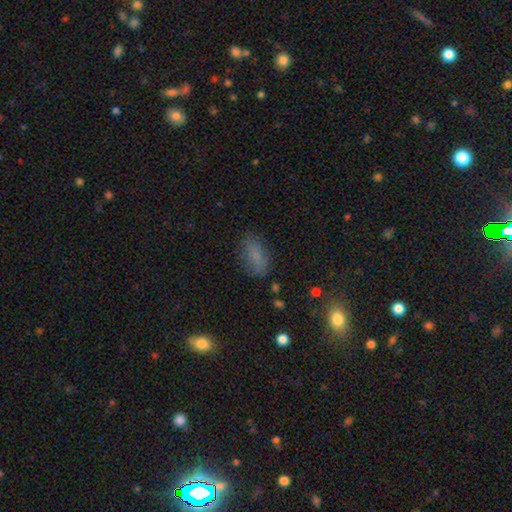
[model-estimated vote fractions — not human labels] A smooth galaxy with no disk features (76%) that is in between round and cigar-shaped (88%).

Vote fractions:
- Smooth or featured? smooth: 76% / star or artifact: 13% / featured or disk: 10%
- How rounded? in between: 88% / cigar-shaped: 7% / round: 6%
- Merging? none: 73% / minor disturbance: 18% / major disturbance: 7% / merger: 2%